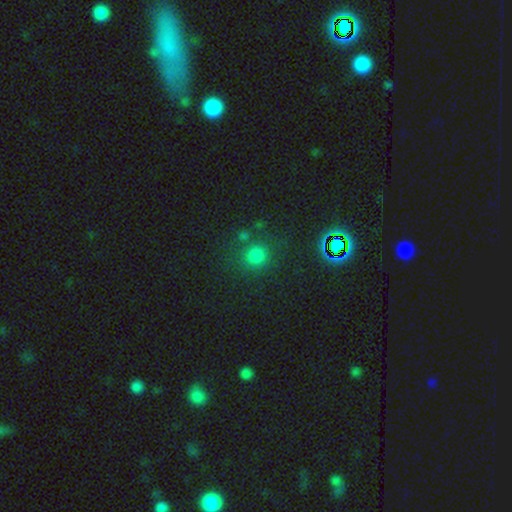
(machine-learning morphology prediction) smooth-or-featured: smooth: 70% | star or artifact: 24% | featured or disk: 6%
  how-rounded: round: 89% | in between: 10% | cigar-shaped: 1%
  merging: none: 78% | minor disturbance: 10% | merger: 6% | major disturbance: 6%